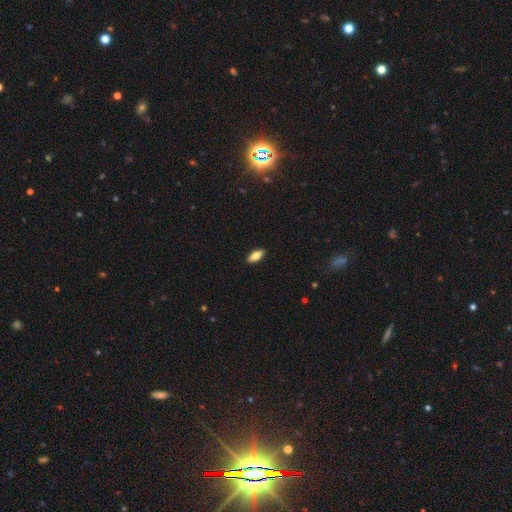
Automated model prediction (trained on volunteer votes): The model was most divided on "smooth or featured": smooth: 79%, featured or disk: 14%, star or artifact: 7%. More confident: merging — none (89%); how rounded — in between (82%).